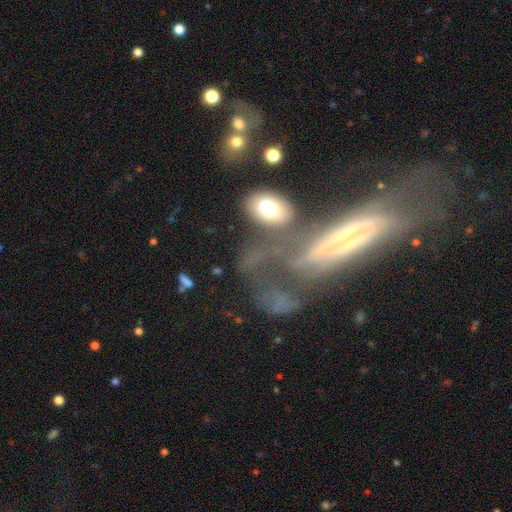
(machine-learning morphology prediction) This is marginally a featured or disk galaxy (43%). Merging: marginally none (42%).